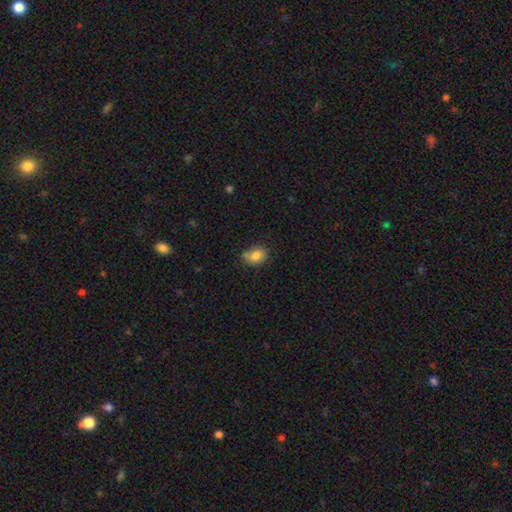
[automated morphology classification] A smooth galaxy with no disk features (81%) that is in between round and cigar-shaped (65%). Merging: none (57%).